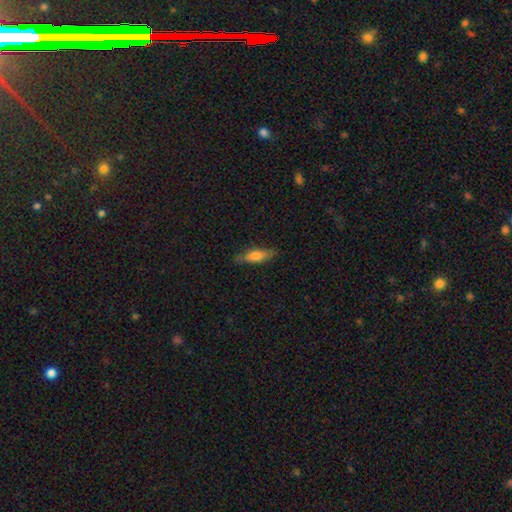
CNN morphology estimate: This appears to be a smooth galaxy with no disk features (66%) that is in between round and cigar-shaped (50%). Merging: none (79%).